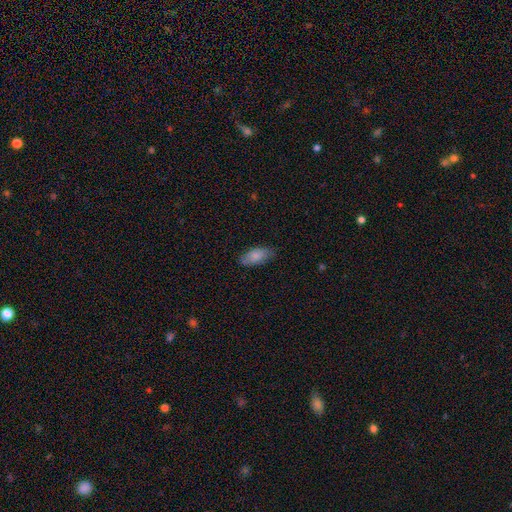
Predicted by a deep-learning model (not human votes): Smooth or featured: smooth — 84% (featured or disk — 10%)
How rounded: in between — 88% (cigar-shaped — 10%)
Merging: none — 78% (minor disturbance — 18%)